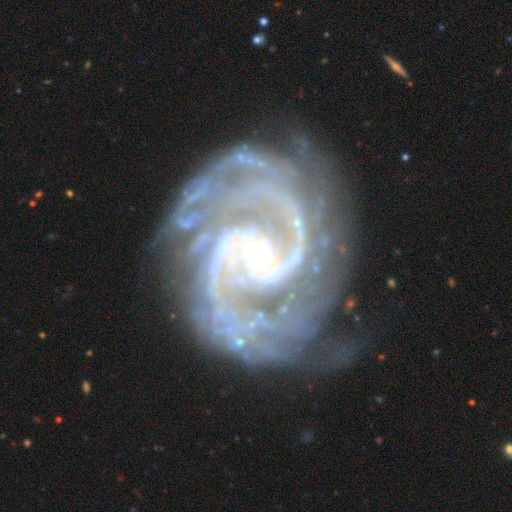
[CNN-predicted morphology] Overall: featured or disk (93%). Edge-on disk: no (98%). Bar: no (42%; weak 41%). Spiral arms: yes (99%). Spiral arm count: 2 (75%). Spiral winding: medium (50%; tight 40%). Bulge size: small (72%). Merging: none (70%).